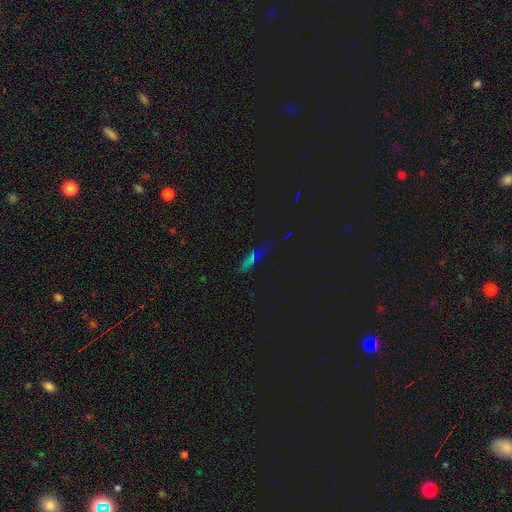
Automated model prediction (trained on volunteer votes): smooth-or-featured: smooth: 52% | star or artifact: 34% | featured or disk: 14%
  how-rounded: cigar-shaped: 56% | in between: 38% | round: 6%
  merging: none: 66% | minor disturbance: 22% | major disturbance: 8% | merger: 4%